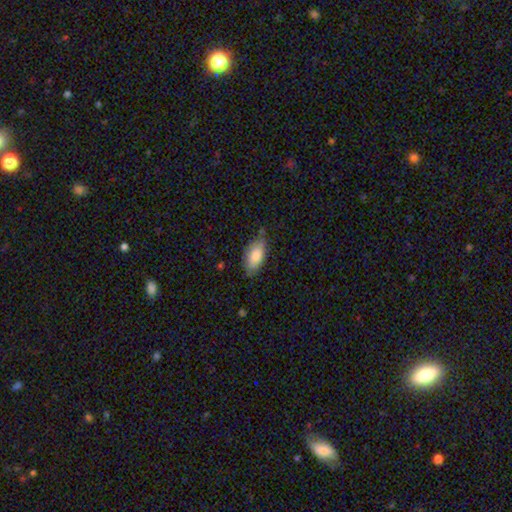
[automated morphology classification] Overall: smooth (82%). How rounded: in between (91%). Merging: none (70%).